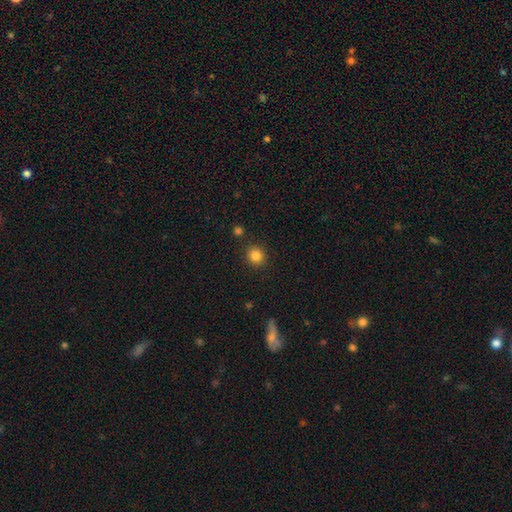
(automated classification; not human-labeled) Morphology: type=smooth (85%); roundness=round (89%); merging=none (88%).